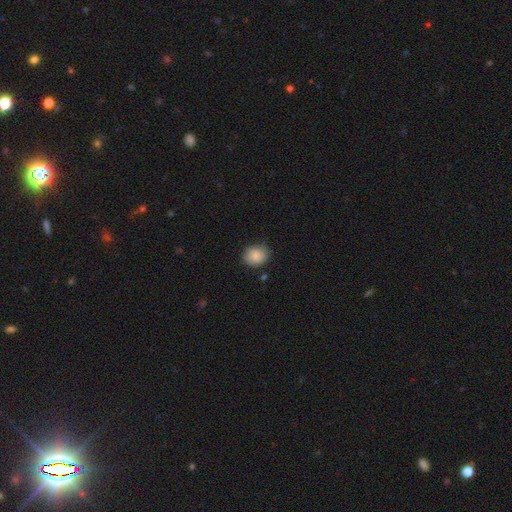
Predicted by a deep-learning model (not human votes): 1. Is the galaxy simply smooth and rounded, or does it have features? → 84% smooth, 8% featured or disk, 7% star or artifact.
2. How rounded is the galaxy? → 60% round, 39% in between, 1% cigar-shaped.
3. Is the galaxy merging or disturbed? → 79% none, 16% minor disturbance, 3% major disturbance, 1% merger.